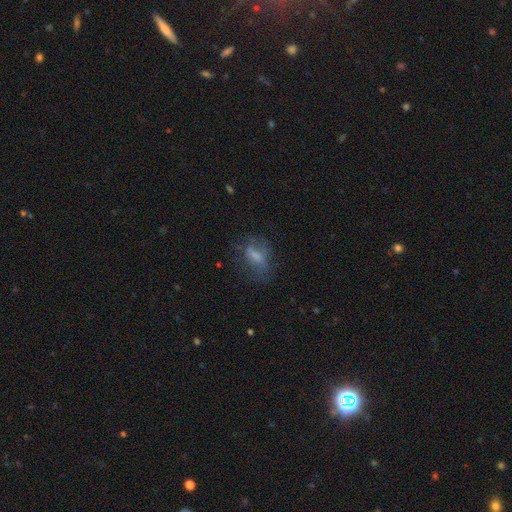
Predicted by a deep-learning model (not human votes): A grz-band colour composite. It shows a smooth galaxy with no disk features (53%) that is in between round and cigar-shaped (73%). Merging: none (50%).